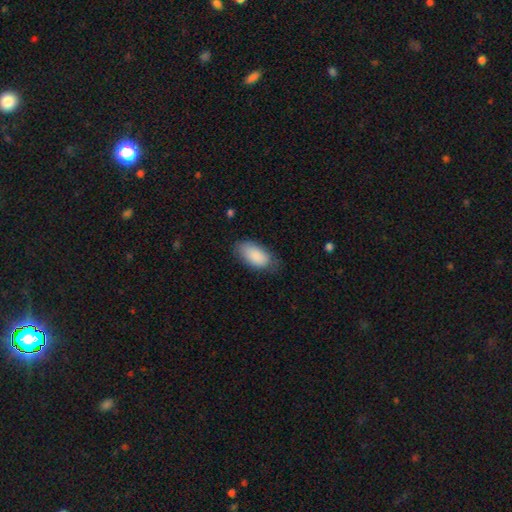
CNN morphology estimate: Smooth or featured? smooth (88%)
How rounded? in between (94%)
Merging? none (71%)